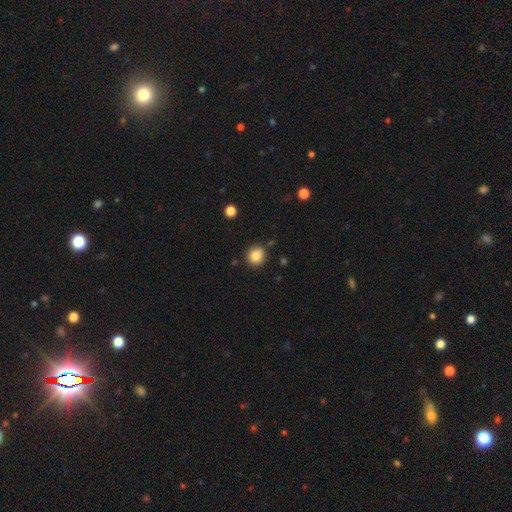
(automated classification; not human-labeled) Smooth or featured? Predicted: smooth (p=0.84). How rounded? Predicted: round (p=0.92). Merging? Predicted: none (p=0.87).